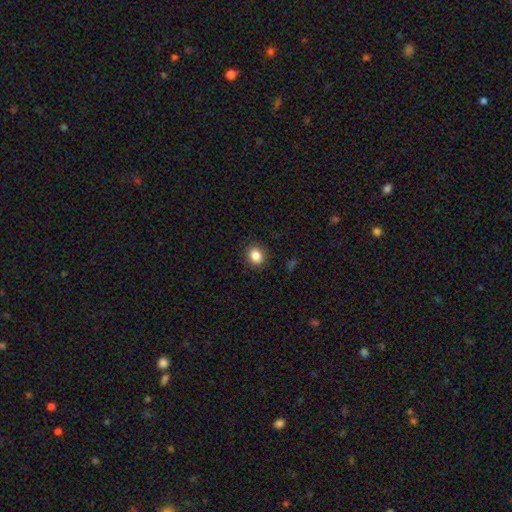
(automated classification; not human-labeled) smooth_or_featured: smooth (p=0.85) [alt: star or artifact p=0.10]
how_rounded: round (p=0.66) [alt: in between p=0.33]
merging: none (p=0.90) [alt: minor disturbance p=0.07]